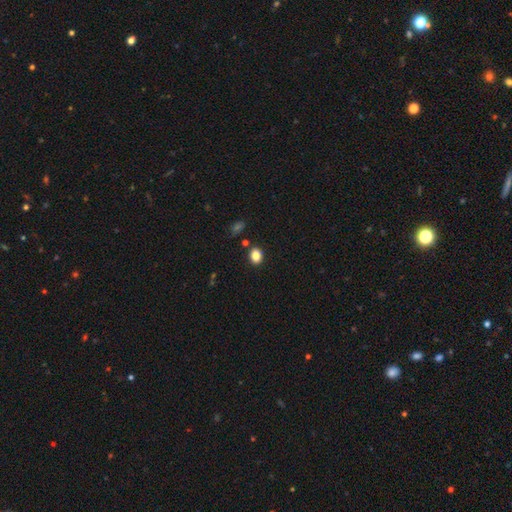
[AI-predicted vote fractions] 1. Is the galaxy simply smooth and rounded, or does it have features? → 84% smooth, 10% star or artifact, 5% featured or disk.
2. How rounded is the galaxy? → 50% in between, 49% round, 1% cigar-shaped.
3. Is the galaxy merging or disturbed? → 85% none, 9% minor disturbance, 4% merger, 2% major disturbance.